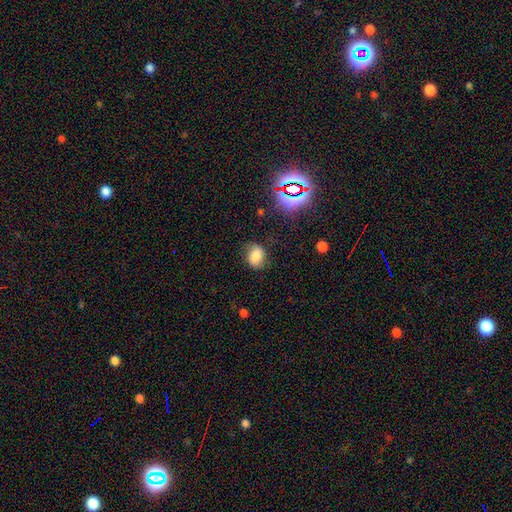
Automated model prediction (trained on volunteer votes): Morphology: type=smooth (73%); roundness=in between (62%); merging=none (70%).